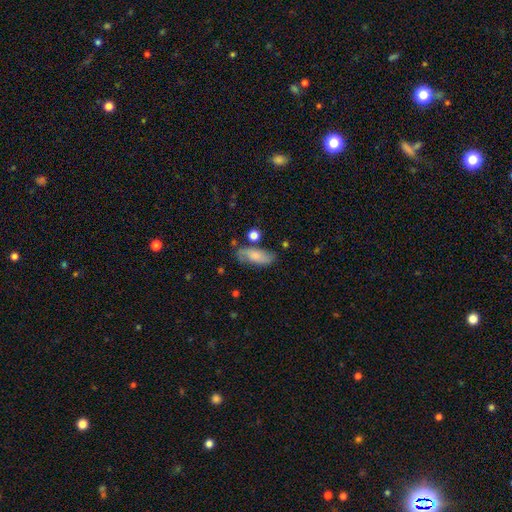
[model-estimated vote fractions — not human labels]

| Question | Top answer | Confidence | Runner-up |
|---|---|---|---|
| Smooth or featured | smooth | 61% | featured or disk (31%) |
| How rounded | in between | 77% | cigar-shaped (18%) |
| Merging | none | 63% | minor disturbance (23%) |